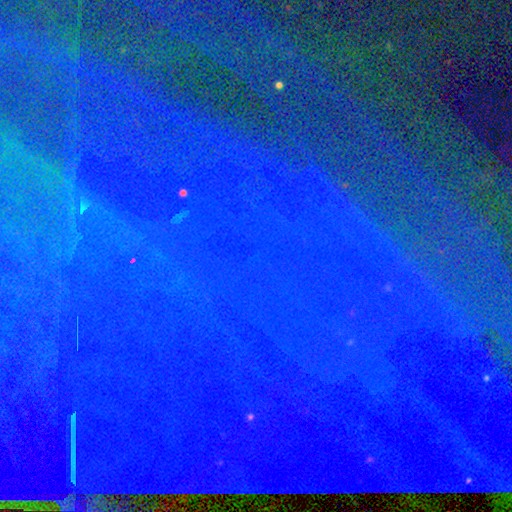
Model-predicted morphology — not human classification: smooth-or-featured: star or artifact: 84% | smooth: 8% | featured or disk: 8%